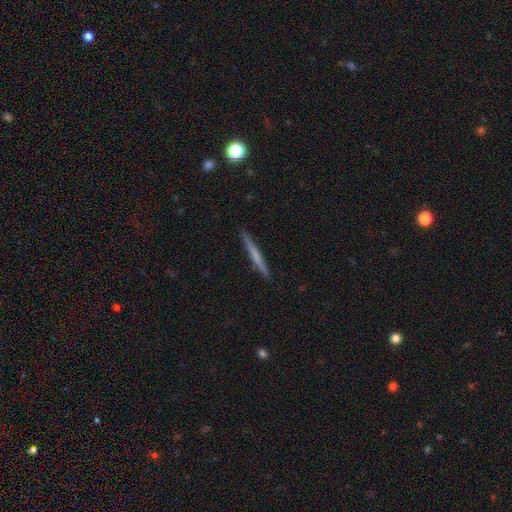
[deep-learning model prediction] Smooth or featured: smooth — 52% (featured or disk — 42%)
How rounded: cigar-shaped — 97% (in between — 2%)
Merging: none — 91% (minor disturbance — 7%)